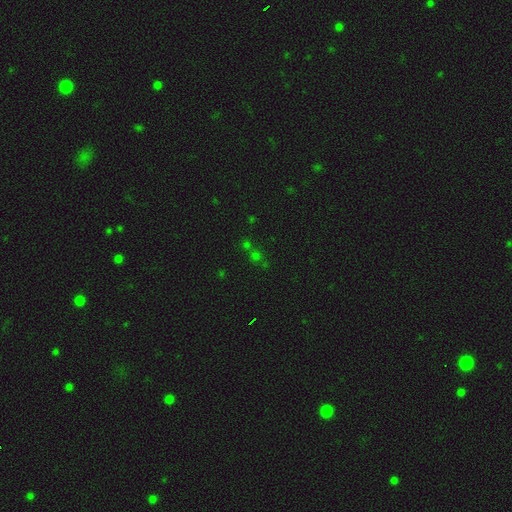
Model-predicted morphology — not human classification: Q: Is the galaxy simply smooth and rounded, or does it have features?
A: star or artifact — 51%.